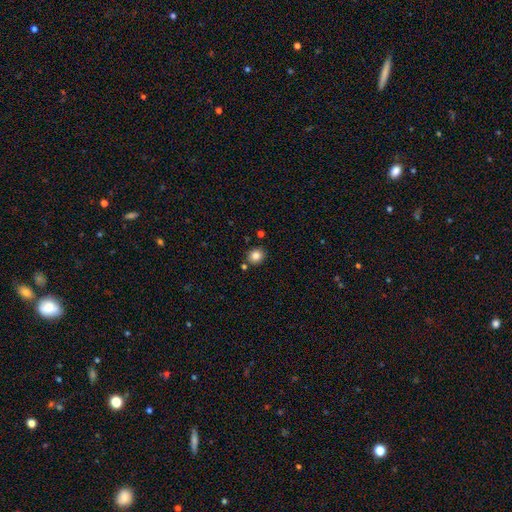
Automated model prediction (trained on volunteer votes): The model was most divided on "how rounded": round: 81%, in between: 18%, cigar-shaped: 1%. More confident: smooth or featured — smooth (84%); merging — none (83%).